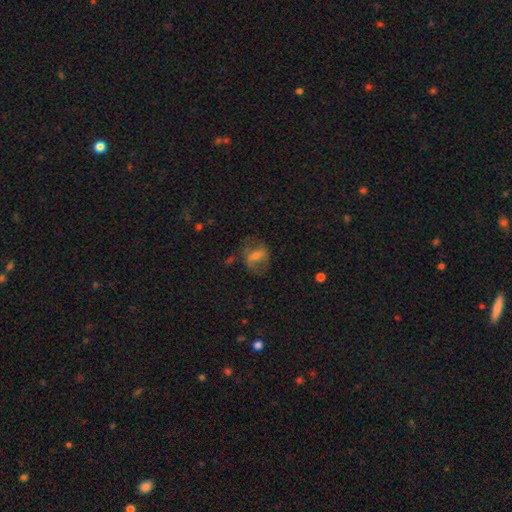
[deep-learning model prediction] smooth 45% (tied), featured or disk 45% (tied), star or artifact 10%. Down the decision tree: merging — none (55%).